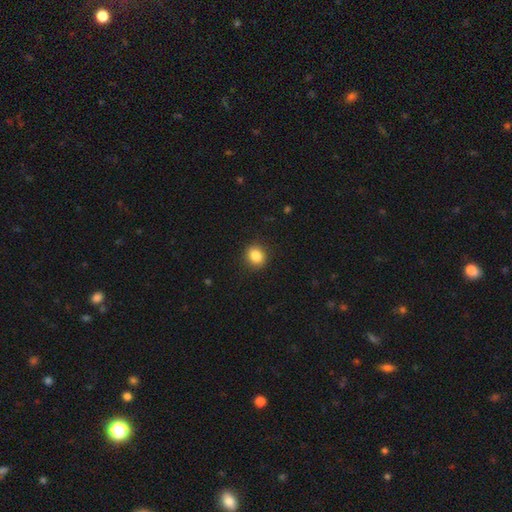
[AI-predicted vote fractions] This appears to be a smooth galaxy with no disk features (86%) that is round (70%). Merging: none (89%).